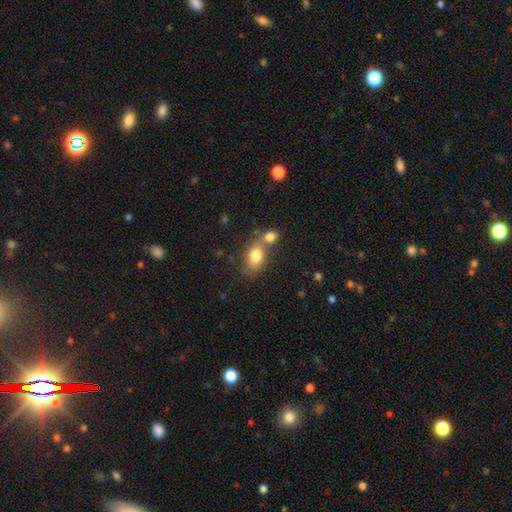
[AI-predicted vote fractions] Smooth or featured: smooth — 80% (featured or disk — 11%)
How rounded: in between — 77% (round — 20%)
Merging: none — 42% (merger — 41%)